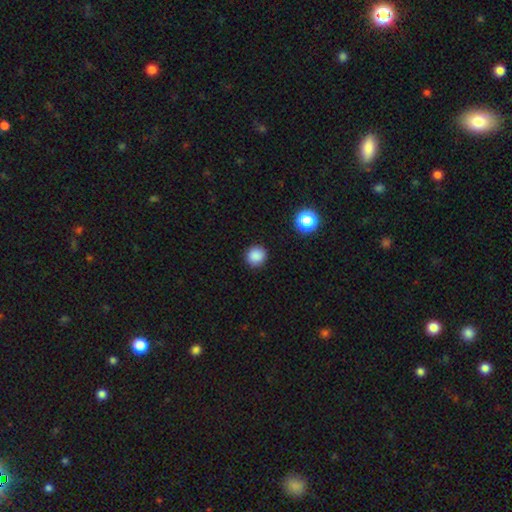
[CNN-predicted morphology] Smooth or featured? smooth (86%)
How rounded? round (92%)
Merging? none (90%)